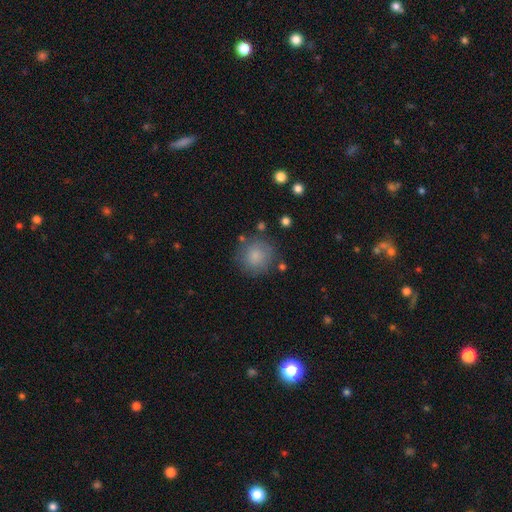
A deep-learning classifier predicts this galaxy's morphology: smooth 78%, featured or disk 13%, star or artifact 9%. Down the decision tree: how rounded — round (90%); merging — none (76%).